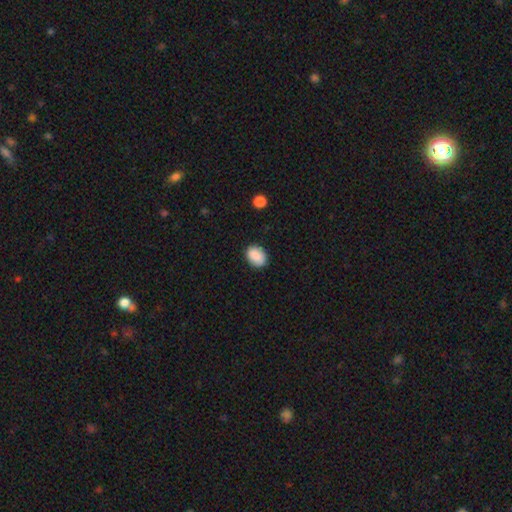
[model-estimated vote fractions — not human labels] Smooth or featured? smooth (89%)
How rounded? in between (75%)
Merging? none (86%)